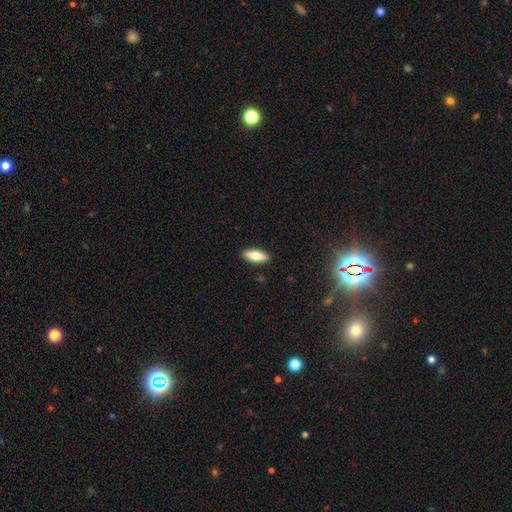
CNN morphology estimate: type=smooth (70%); roundness=in between (64%); merging=none (89%).